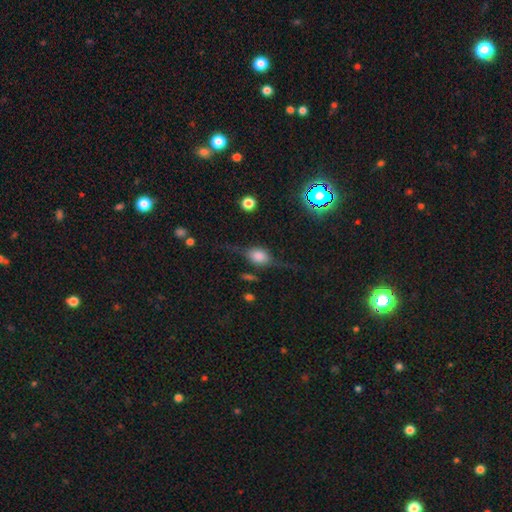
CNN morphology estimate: Smooth or featured?
  - featured or disk: 51% *
  - smooth: 35%
  - star or artifact: 14%
Edge-on disk?
  - yes: 82% *
  - no: 18%
Merging?
  - none: 65% *
  - minor disturbance: 21%
  - major disturbance: 12%
  - merger: 2%